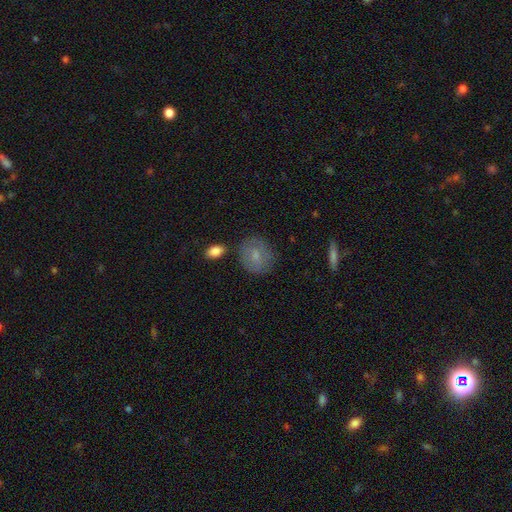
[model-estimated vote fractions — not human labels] Smooth or featured?
  - smooth: 69% *
  - featured or disk: 23%
  - star or artifact: 8%
How rounded?
  - round: 66% *
  - in between: 33%
  - cigar-shaped: 2%
Merging?
  - none: 76% *
  - minor disturbance: 16%
  - major disturbance: 5%
  - merger: 4%